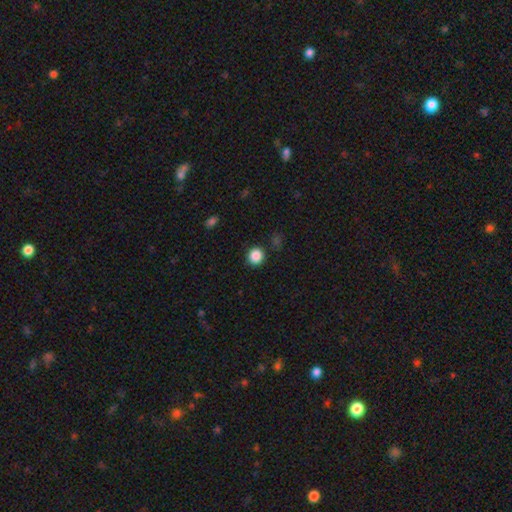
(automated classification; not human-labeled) This appears to be a smooth galaxy with no disk features (87%) that is round (90%). Merging: none (89%).